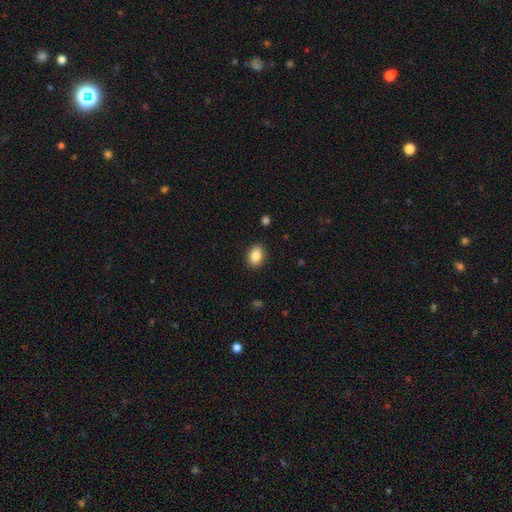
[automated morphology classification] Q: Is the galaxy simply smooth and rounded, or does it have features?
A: smooth — 85%.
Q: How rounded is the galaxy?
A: in between — 72%.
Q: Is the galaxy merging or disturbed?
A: none — 89%.